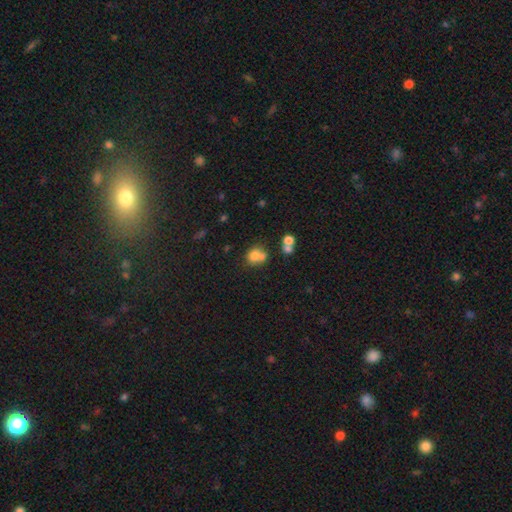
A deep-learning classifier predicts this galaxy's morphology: smooth_or_featured: smooth (p=0.71) [alt: featured or disk p=0.16]
how_rounded: round (p=0.70) [alt: in between p=0.29]
merging: merger (p=0.46) [alt: none p=0.39]